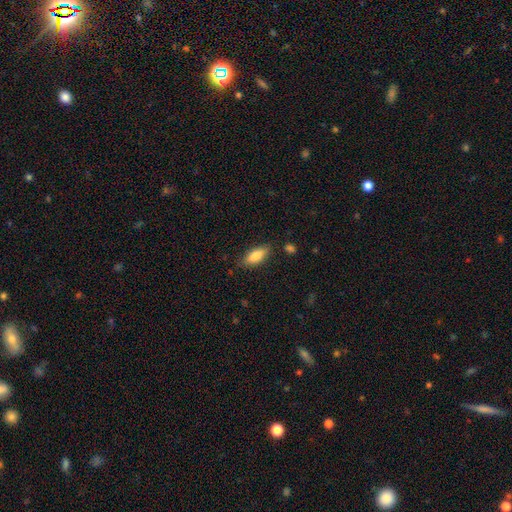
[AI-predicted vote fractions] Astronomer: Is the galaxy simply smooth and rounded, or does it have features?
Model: smooth — 82%.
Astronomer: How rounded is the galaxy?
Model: in between — 76%.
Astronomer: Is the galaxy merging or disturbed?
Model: none — 81%.